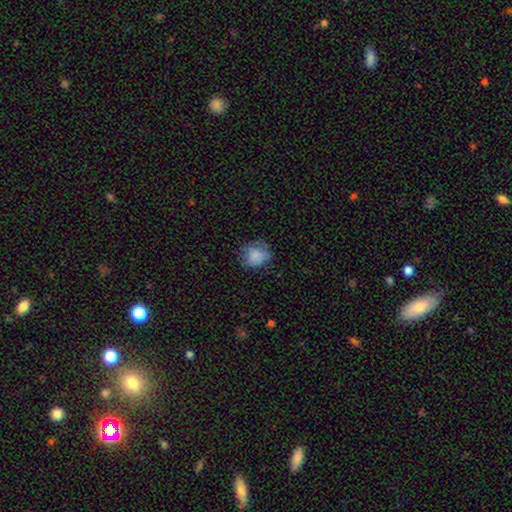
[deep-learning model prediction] This is likely a smooth galaxy (78%). How rounded: likely round (69%). Merging: possibly none (58%).